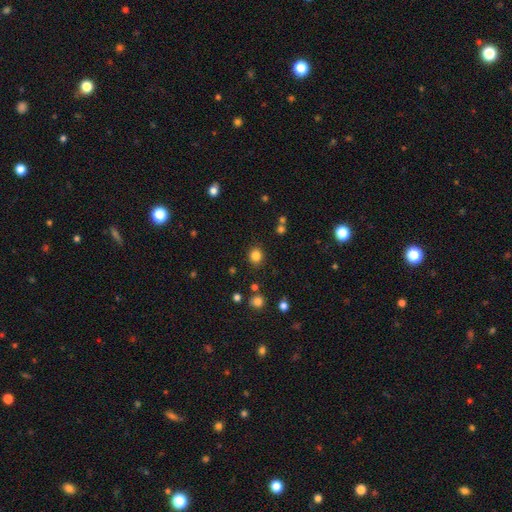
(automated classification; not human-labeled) A smooth galaxy with no disk features (83%) that is round (81%). Merging: none (88%).